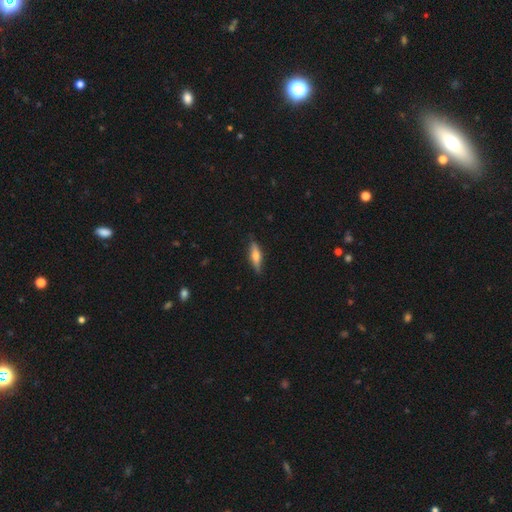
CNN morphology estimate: Q: Smooth or featured?
A: smooth (51%); runner-up: featured or disk (43%)
Q: How rounded?
A: cigar-shaped (66%); runner-up: in between (32%)
Q: Merging?
A: none (84%); runner-up: minor disturbance (12%)